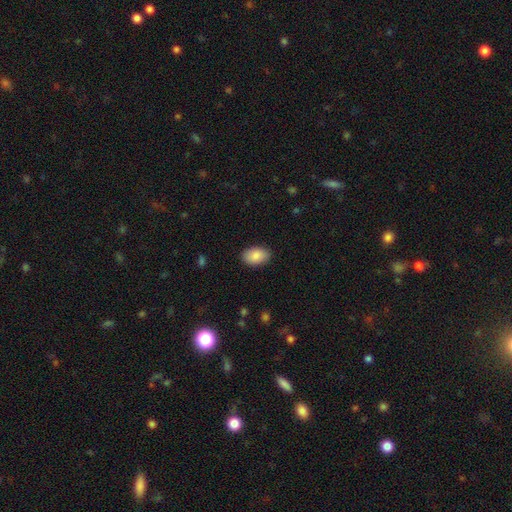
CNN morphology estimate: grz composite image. It shows a smooth galaxy with no disk features (88%) that is in between round and cigar-shaped (91%). Merging: none (88%).